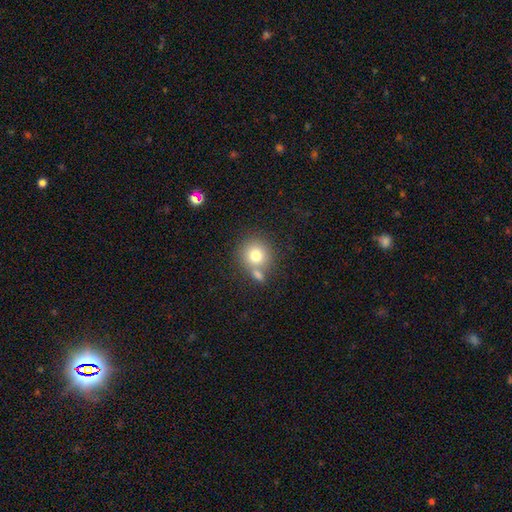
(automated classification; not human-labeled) This is likely a smooth galaxy (76%). How rounded: clearly round (89%). Merging: possibly none (59%).